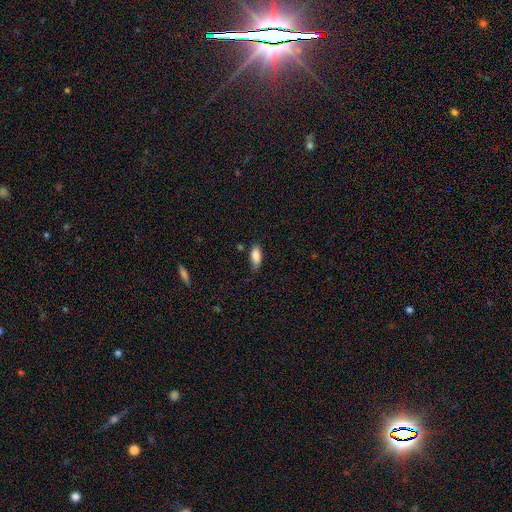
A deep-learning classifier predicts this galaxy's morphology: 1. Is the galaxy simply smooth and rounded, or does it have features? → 87% smooth, 7% star or artifact, 6% featured or disk.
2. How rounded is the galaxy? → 86% in between, 11% cigar-shaped, 2% round.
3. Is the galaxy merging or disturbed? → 68% none, 25% minor disturbance, 5% major disturbance, 2% merger.